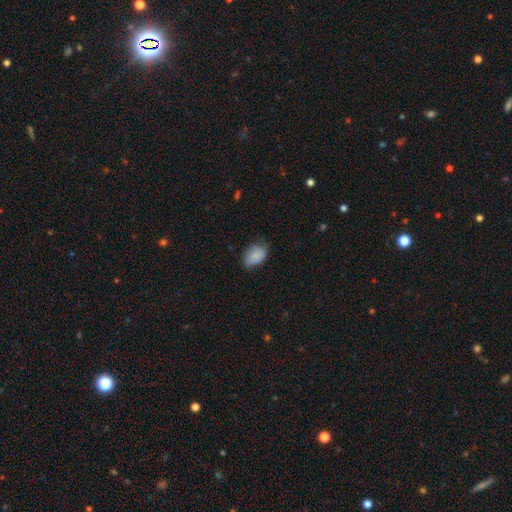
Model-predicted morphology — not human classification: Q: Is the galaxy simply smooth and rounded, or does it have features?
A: smooth — 80%.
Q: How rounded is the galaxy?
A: in between — 84%.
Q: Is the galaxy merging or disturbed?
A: none — 55%.